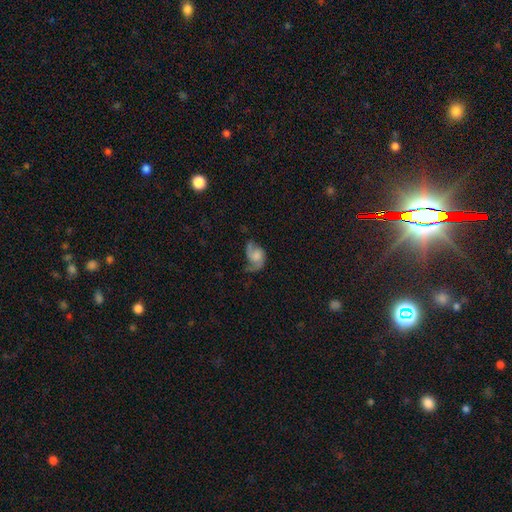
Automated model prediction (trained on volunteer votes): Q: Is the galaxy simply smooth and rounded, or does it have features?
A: featured or disk — 59%.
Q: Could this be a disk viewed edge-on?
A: no — 97%.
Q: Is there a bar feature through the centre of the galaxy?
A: no — 71%.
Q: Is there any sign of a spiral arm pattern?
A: yes — 86%.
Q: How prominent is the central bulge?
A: moderate — 27%, tied with none.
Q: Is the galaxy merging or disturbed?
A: none — 36%.